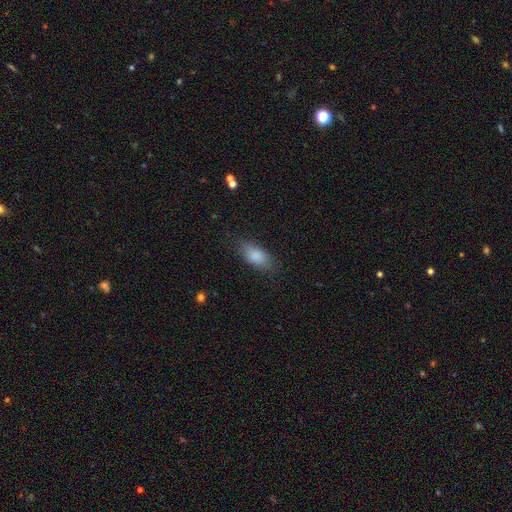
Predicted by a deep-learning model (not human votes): A smooth galaxy with no disk features (86%) that is in between round and cigar-shaped (87%).

Vote fractions:
- Smooth or featured? smooth: 86% / star or artifact: 7% / featured or disk: 7%
- How rounded? in between: 87% / cigar-shaped: 9% / round: 4%
- Merging? none: 79% / minor disturbance: 15% / major disturbance: 5% / merger: 1%